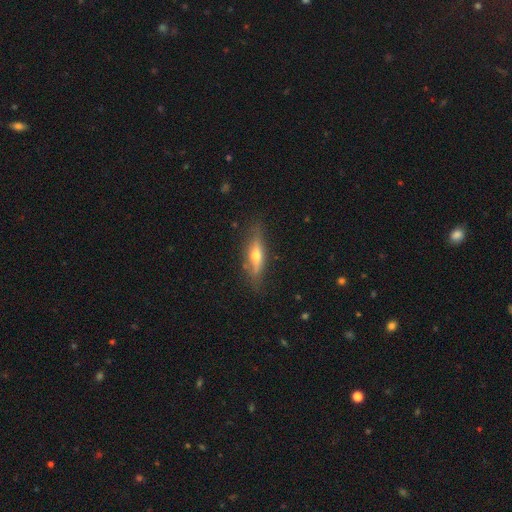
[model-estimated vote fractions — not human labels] Smooth or featured?
  - featured or disk: 57% *
  - smooth: 36%
  - star or artifact: 7%
Edge-on disk?
  - yes: 89% *
  - no: 11%
Edge-on bulge?
  - rounded: 90% *
  - none: 6%
  - boxy: 4%
Merging?
  - none: 81% *
  - minor disturbance: 14%
  - major disturbance: 4%
  - merger: 2%